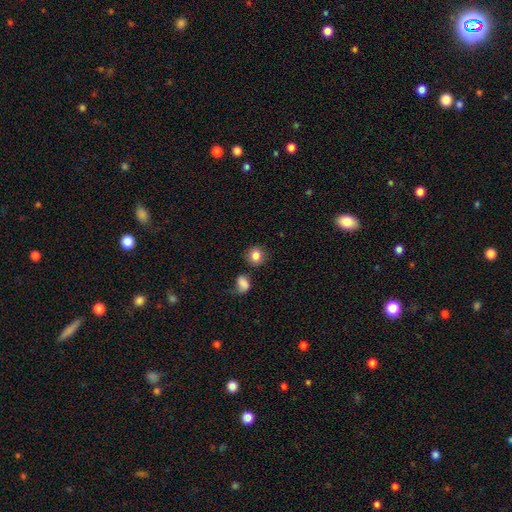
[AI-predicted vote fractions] This is clearly a smooth galaxy (84%). How rounded: clearly round (82%). Merging: clearly none (81%).